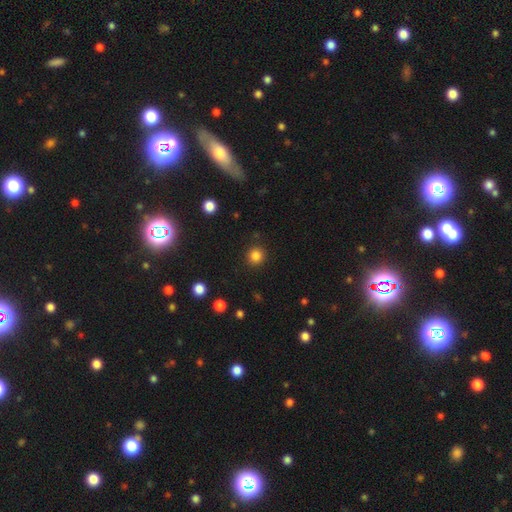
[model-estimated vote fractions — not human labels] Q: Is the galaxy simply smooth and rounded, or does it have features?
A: smooth — 84%.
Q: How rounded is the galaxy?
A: round — 94%.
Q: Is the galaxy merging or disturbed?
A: none — 91%.